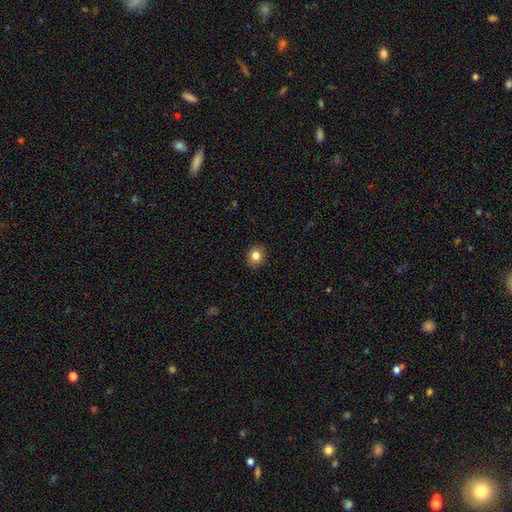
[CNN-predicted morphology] smooth_or_featured: smooth (p=0.83) [alt: star or artifact p=0.10]
how_rounded: round (p=0.71) [alt: in between p=0.29]
merging: none (p=0.91) [alt: minor disturbance p=0.07]